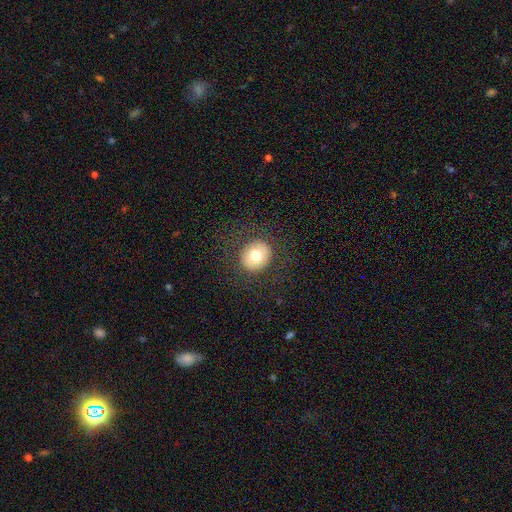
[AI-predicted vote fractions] Smooth or featured? smooth (73%)
How rounded? round (80%)
Merging? none (85%)